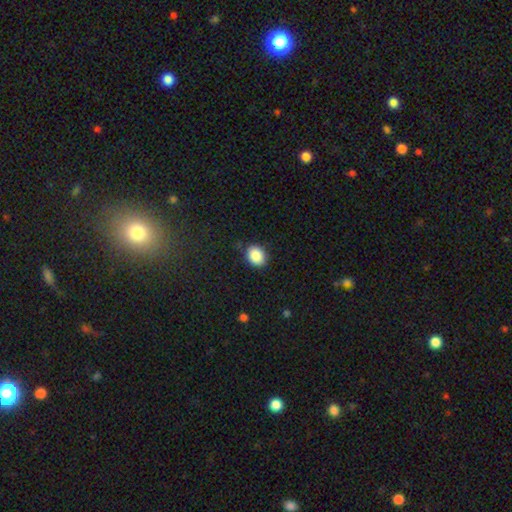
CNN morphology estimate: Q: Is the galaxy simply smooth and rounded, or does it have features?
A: smooth — 88%.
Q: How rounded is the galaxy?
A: round — 52%.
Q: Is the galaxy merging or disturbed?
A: none — 85%.